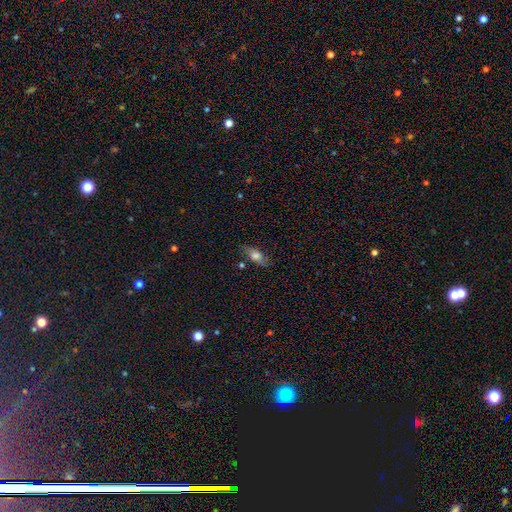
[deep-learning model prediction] A smooth galaxy with no disk features (67%) that is in between round and cigar-shaped (77%).

Vote fractions:
- Smooth or featured? smooth: 67% / featured or disk: 24% / star or artifact: 9%
- How rounded? in between: 77% / cigar-shaped: 17% / round: 5%
- Merging? none: 76% / minor disturbance: 17% / major disturbance: 4% / merger: 3%